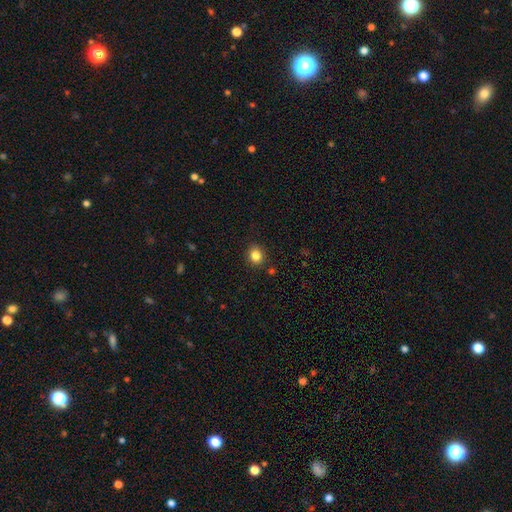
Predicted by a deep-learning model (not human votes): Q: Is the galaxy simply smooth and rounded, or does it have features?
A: smooth — 83%.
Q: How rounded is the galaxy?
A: round — 75%.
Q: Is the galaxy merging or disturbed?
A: none — 88%.